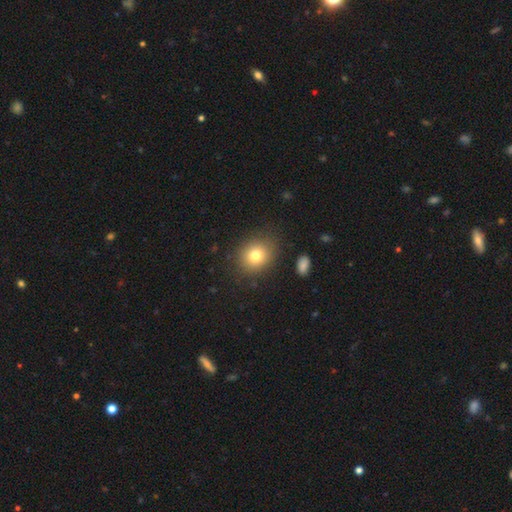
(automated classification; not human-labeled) Smooth or featured? Predicted: smooth (p=0.78). How rounded? Predicted: round (p=0.71). Merging? Predicted: none (p=0.85).